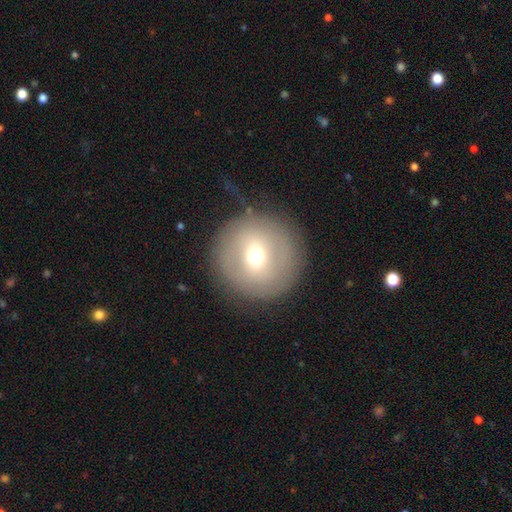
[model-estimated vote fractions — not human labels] This appears to be a smooth galaxy with no disk features (55%) that is round (96%). Merging: none (82%).